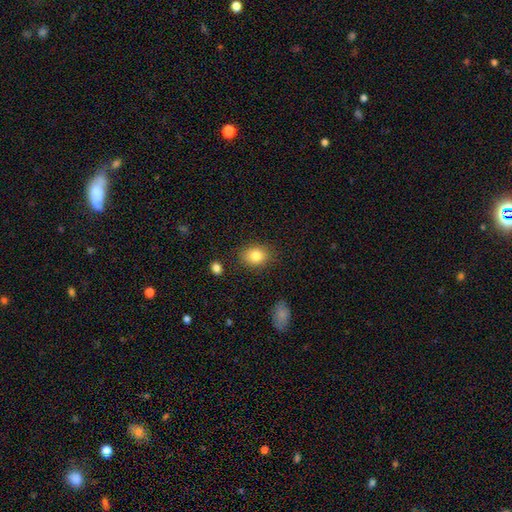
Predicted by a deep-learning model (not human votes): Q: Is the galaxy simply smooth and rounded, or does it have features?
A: smooth — 83%.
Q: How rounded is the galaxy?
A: in between — 61%.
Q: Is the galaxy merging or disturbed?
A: none — 85%.